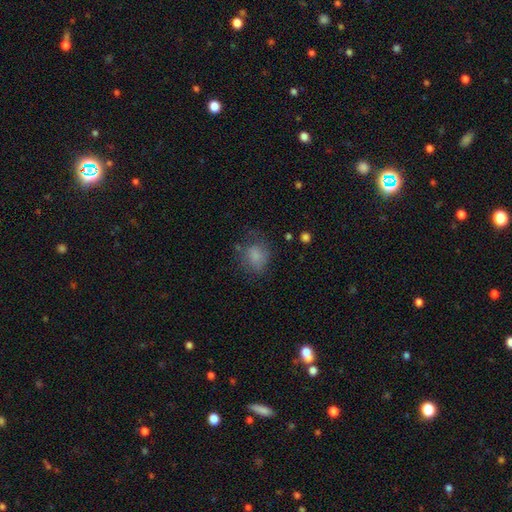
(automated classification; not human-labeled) smooth-or-featured: smooth: 76% | featured or disk: 13% | star or artifact: 11%
  how-rounded: round: 54% | in between: 44% | cigar-shaped: 1%
  merging: none: 56% | minor disturbance: 25% | major disturbance: 16% | merger: 3%